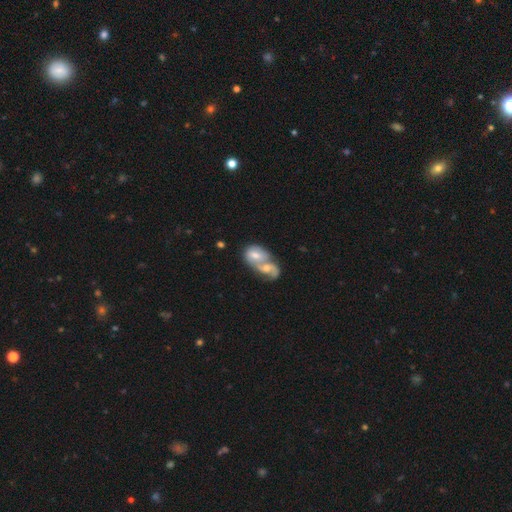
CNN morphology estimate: Smooth or featured: featured or disk — 54% (smooth — 38%)
Edge-on disk: no — 96% (yes — 4%)
Bar: no — 60% (weak — 32%)
Spiral arms: yes — 66% (no — 34%)
Bulge size: moderate — 56% (small — 30%)
Merging: merger — 81% (none — 10%)